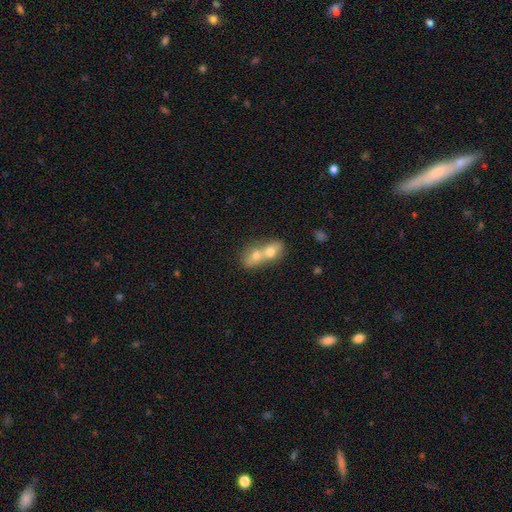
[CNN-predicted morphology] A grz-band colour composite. It shows a smooth galaxy with no disk features (67%) that is in between round and cigar-shaped (57%). Merging: merger (81%).